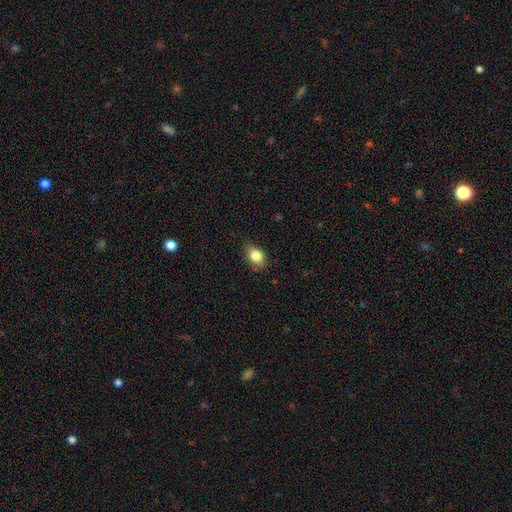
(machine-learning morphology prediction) smooth-or-featured: smooth: 81% | featured or disk: 10% | star or artifact: 9%
  how-rounded: in between: 72% | round: 26% | cigar-shaped: 2%
  merging: none: 72% | minor disturbance: 23% | major disturbance: 4% | merger: 1%